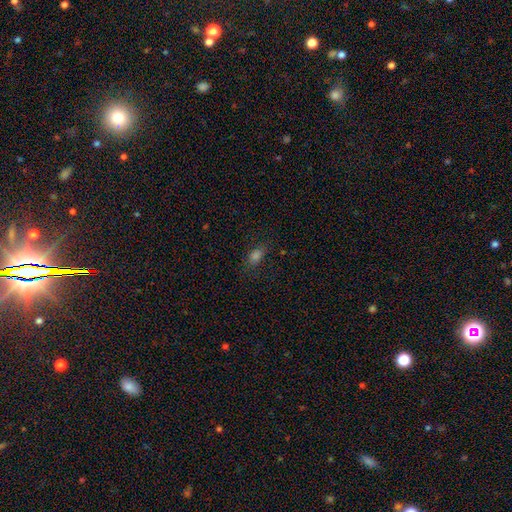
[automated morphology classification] This is likely a smooth galaxy (73%). How rounded: likely in between (77%). Merging: likely none (75%).